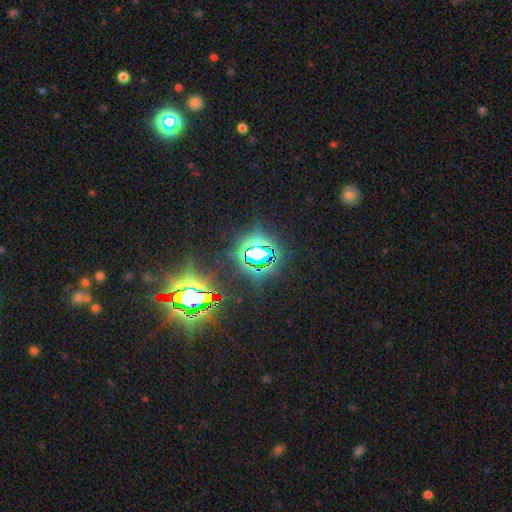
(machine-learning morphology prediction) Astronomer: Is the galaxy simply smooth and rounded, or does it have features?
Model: star or artifact — 81%.